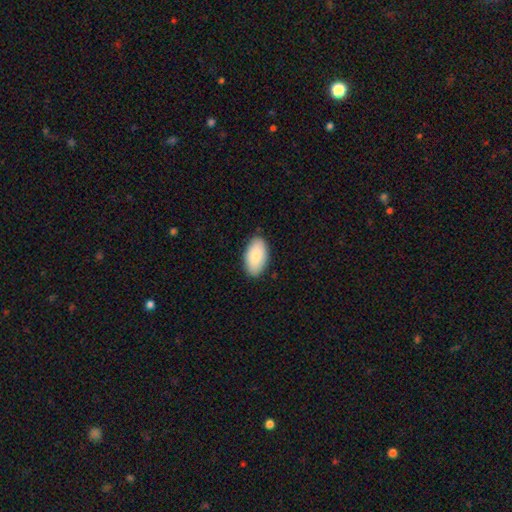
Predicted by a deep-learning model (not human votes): Smooth or featured?
  - smooth: 87% *
  - featured or disk: 8%
  - star or artifact: 6%
How rounded?
  - in between: 96% *
  - round: 3%
  - cigar-shaped: 2%
Merging?
  - none: 86% *
  - minor disturbance: 11%
  - major disturbance: 2%
  - merger: 1%